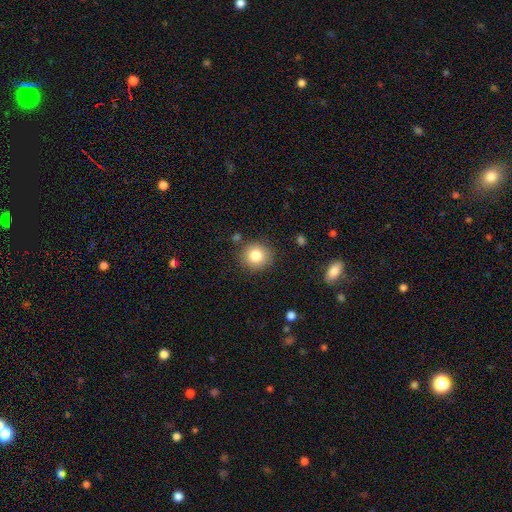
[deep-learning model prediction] Morphology: type=smooth (83%); roundness=round (89%); merging=none (86%).